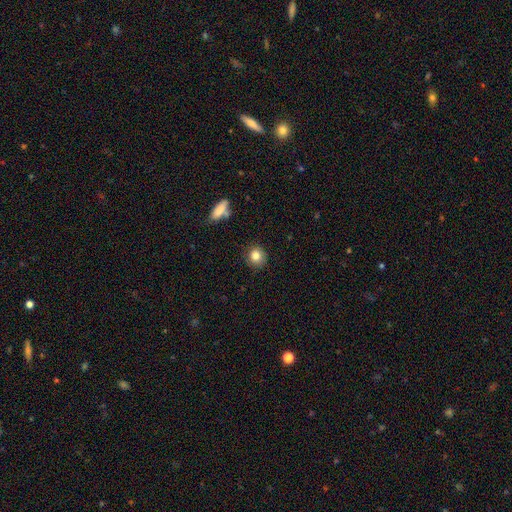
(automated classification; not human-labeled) A smooth galaxy with no disk features (83%) that is round (85%). Merging: none (86%).